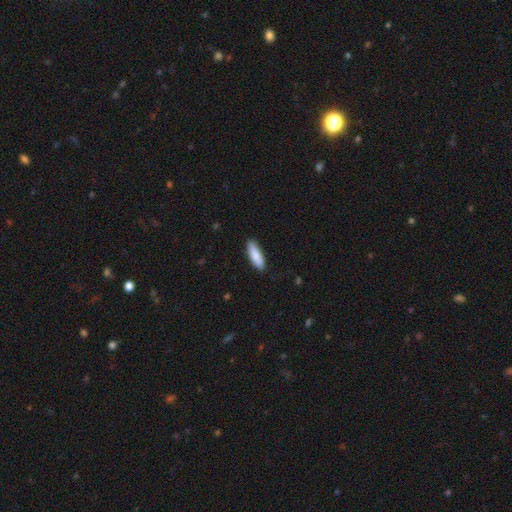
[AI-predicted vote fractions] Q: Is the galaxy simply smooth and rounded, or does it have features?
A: smooth — 86%.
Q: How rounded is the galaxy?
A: cigar-shaped — 50%.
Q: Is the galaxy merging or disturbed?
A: none — 87%.